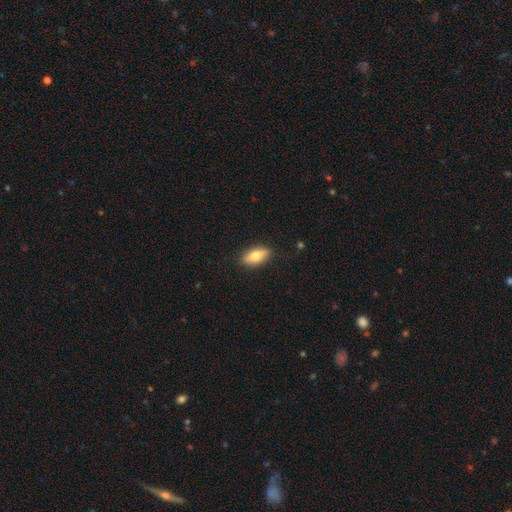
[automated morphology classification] Q: Smooth or featured?
A: smooth (73%); runner-up: featured or disk (21%)
Q: How rounded?
A: in between (79%); runner-up: cigar-shaped (17%)
Q: Merging?
A: none (86%); runner-up: minor disturbance (11%)